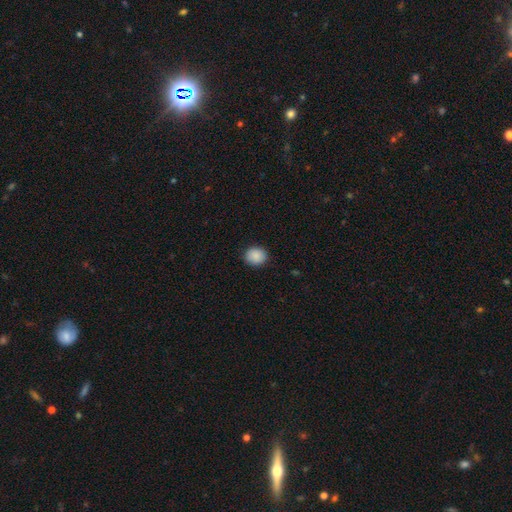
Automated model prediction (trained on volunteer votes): Morphology: type=smooth (89%); roundness=round (75%); merging=none (89%).